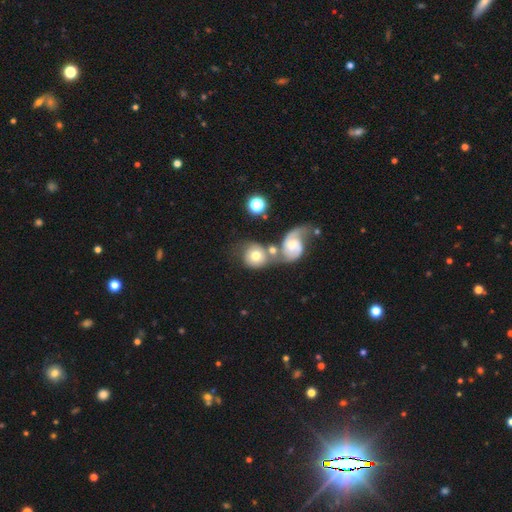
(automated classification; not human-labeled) Smooth or featured? Predicted: smooth (p=0.51). How rounded? Predicted: round (p=0.75). Merging? Predicted: merger (p=0.53).